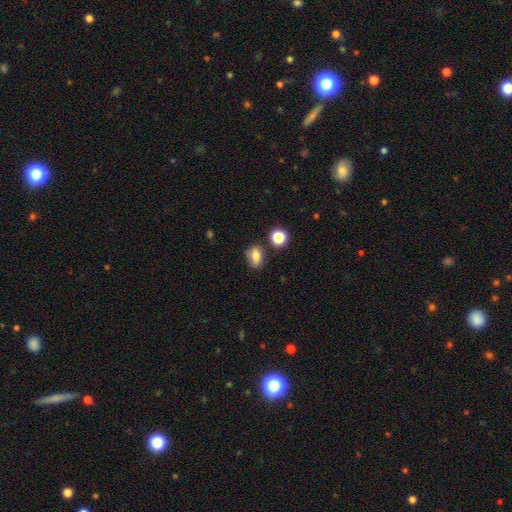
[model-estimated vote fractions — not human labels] smooth_or_featured: smooth (p=0.79) [alt: star or artifact p=0.11]
how_rounded: in between (p=0.72) [alt: round p=0.24]
merging: none (p=0.76) [alt: minor disturbance p=0.14]